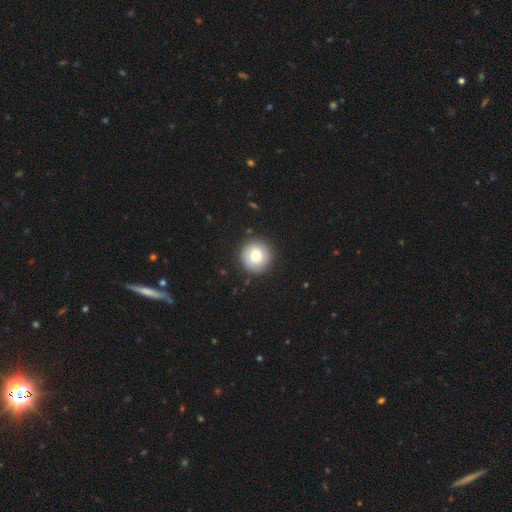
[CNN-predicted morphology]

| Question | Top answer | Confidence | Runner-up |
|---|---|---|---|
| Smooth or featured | smooth | 65% | featured or disk (28%) |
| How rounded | round | 94% | in between (5%) |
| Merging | none | 86% | minor disturbance (10%) |